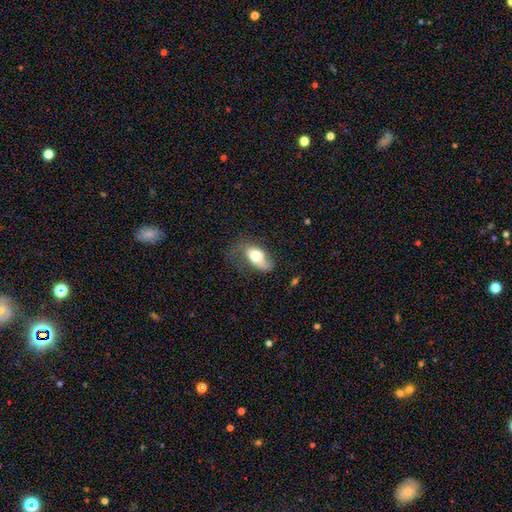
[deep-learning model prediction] The model was most divided on "merging": none: 33%, minor disturbance: 32%, major disturbance: 31%, merger: 3%. More confident: how rounded — in between (88%); smooth or featured — smooth (59%).